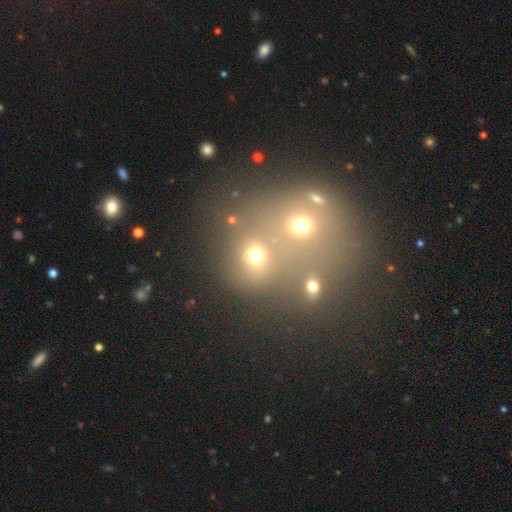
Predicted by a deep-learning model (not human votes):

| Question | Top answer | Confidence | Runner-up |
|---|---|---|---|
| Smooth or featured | smooth | 70% | star or artifact (21%) |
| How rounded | round | 79% | in between (20%) |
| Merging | none | 45% | merger (44%) |